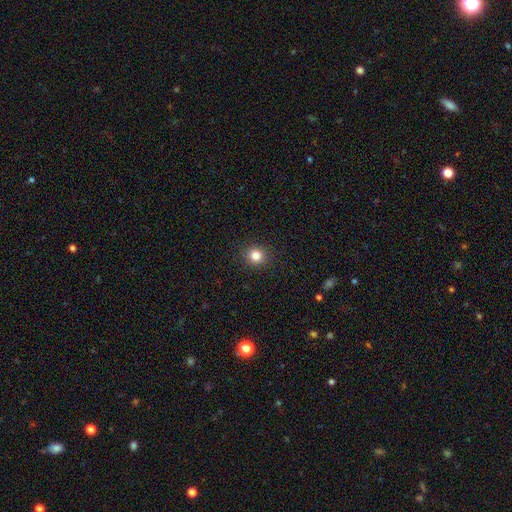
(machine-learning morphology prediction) This is clearly a smooth galaxy (82%). How rounded: clearly round (90%). Merging: clearly none (92%).